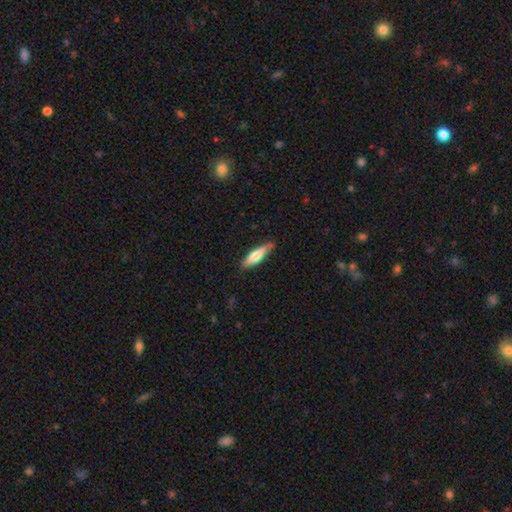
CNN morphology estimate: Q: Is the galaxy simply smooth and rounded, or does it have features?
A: smooth — 61%.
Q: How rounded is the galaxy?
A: cigar-shaped — 72%.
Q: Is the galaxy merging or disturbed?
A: none — 81%.